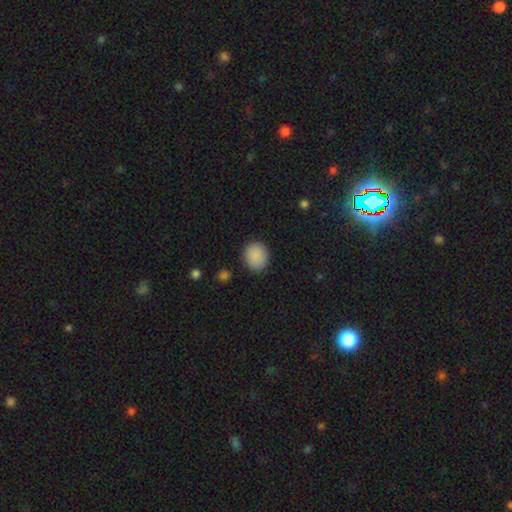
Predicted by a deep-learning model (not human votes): Smooth or featured?
  - smooth: 89% *
  - star or artifact: 8%
  - featured or disk: 3%
How rounded?
  - round: 69% *
  - in between: 30%
  - cigar-shaped: 1%
Merging?
  - none: 87% *
  - minor disturbance: 9%
  - major disturbance: 2%
  - merger: 1%